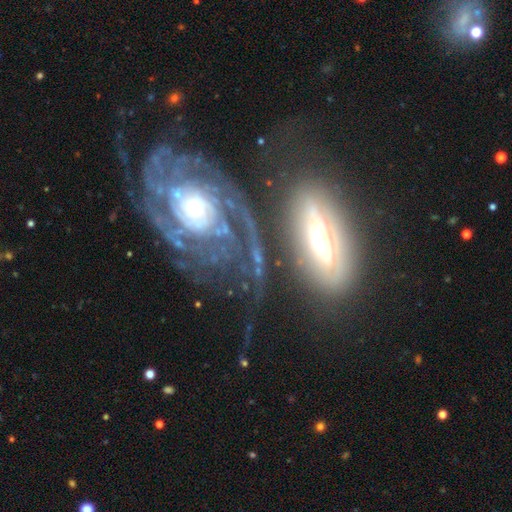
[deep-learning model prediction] This is likely a featured or disk galaxy (79%). It is clearly not viewed edge-on (84%). Bar: possibly no (56%). Spiral arm pattern: likely yes (80%). Spiral arm count: marginally 2 (38%). Spiral winding: likely tight (61%). Central bulge: possibly moderate (53%). Merging: possibly none (47%).